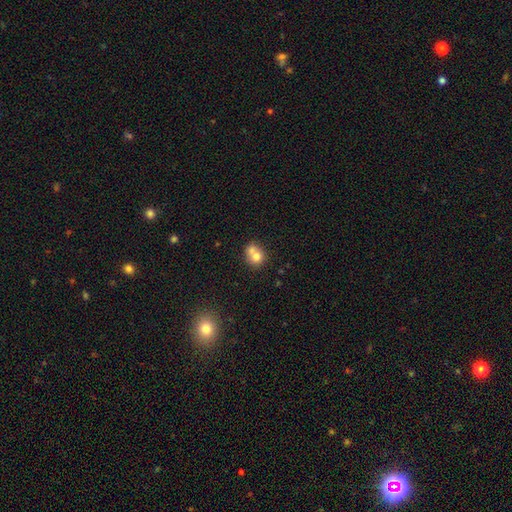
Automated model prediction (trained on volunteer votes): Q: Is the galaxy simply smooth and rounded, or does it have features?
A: smooth — 71%.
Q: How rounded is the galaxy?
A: round — 72%.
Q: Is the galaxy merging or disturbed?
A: merger — 54%.